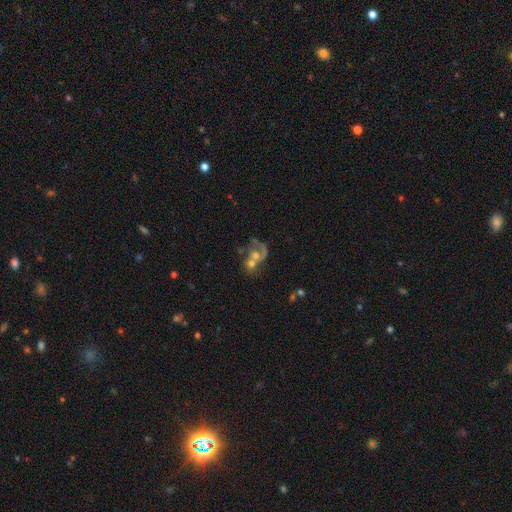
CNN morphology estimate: Smooth or featured: featured or disk — 60% (smooth — 27%)
Edge-on disk: no — 97% (yes — 3%)
Bar: no — 79% (weak — 17%)
Spiral arms: yes — 63% (no — 37%)
Bulge size: moderate — 51% (small — 22%)
Merging: merger — 60% (none — 18%)